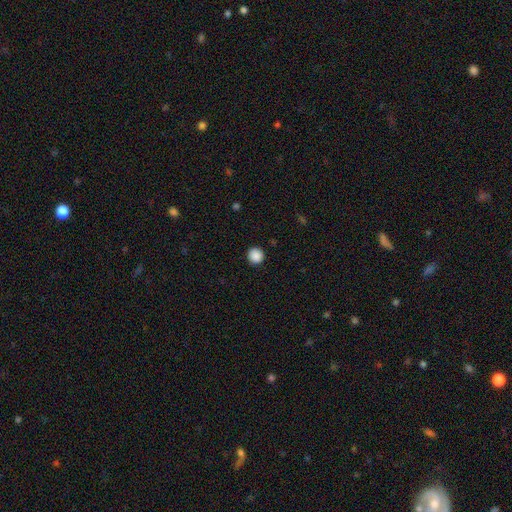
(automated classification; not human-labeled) Smooth or featured? Predicted: smooth (p=0.89). How rounded? Predicted: round (p=0.94). Merging? Predicted: none (p=0.92).